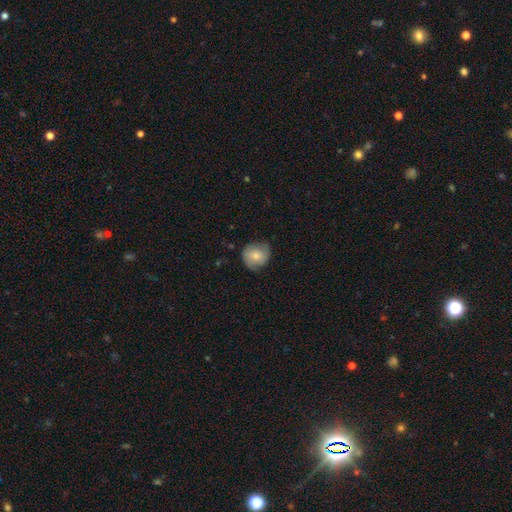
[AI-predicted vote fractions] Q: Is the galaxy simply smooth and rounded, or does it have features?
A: smooth — 65%.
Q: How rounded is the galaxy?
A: round — 79%.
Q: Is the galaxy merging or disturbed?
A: none — 65%.